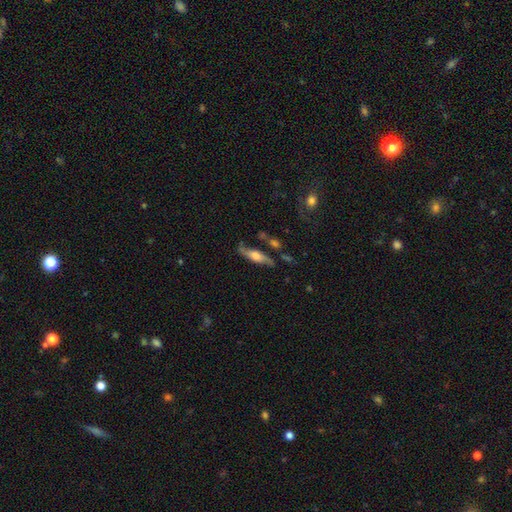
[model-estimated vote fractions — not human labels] smooth-or-featured: featured or disk: 60% | smooth: 34% | star or artifact: 6%
  disk-edge-on: yes: 66% | no: 34%
  merging: none: 69% | minor disturbance: 18% | major disturbance: 6% | merger: 6%